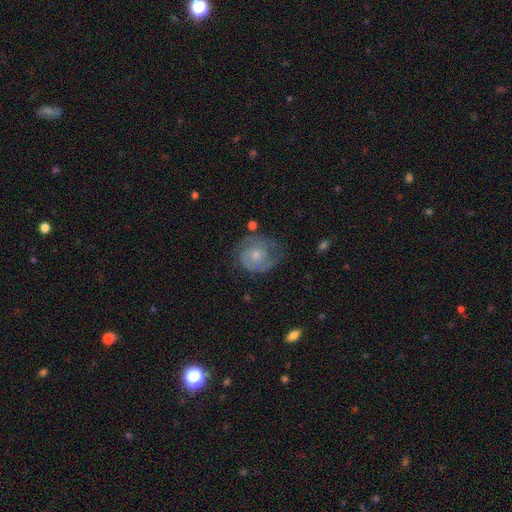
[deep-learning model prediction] This is likely a featured or disk galaxy (70%). It is clearly not viewed edge-on (98%). Bar: likely no (72%). Spiral arm pattern: clearly yes (89%). Spiral arm count: possibly 2 (57%). Spiral winding: possibly tight (50%). Central bulge: possibly moderate (45%). Merging: likely none (62%).